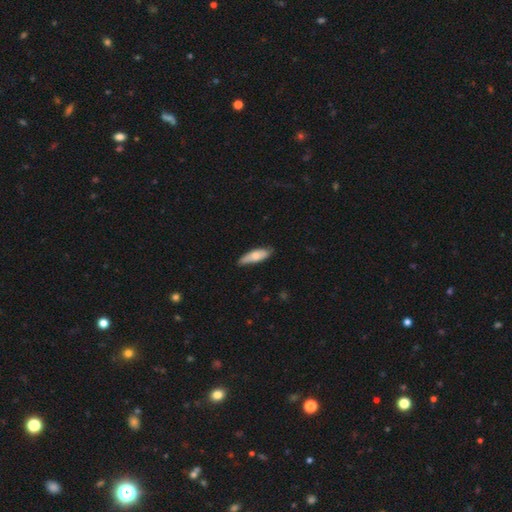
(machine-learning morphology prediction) Overall: smooth (69%). How rounded: cigar-shaped (51%; in between 47%). Merging: none (77%).